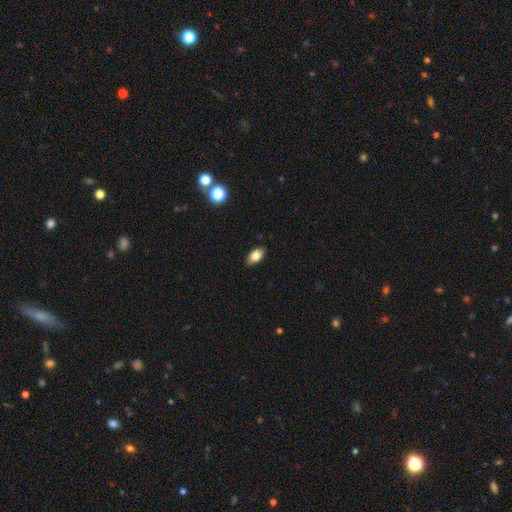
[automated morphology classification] smooth 80%, featured or disk 11%, star or artifact 8%. Down the decision tree: how rounded — in between (90%); merging — none (86%).